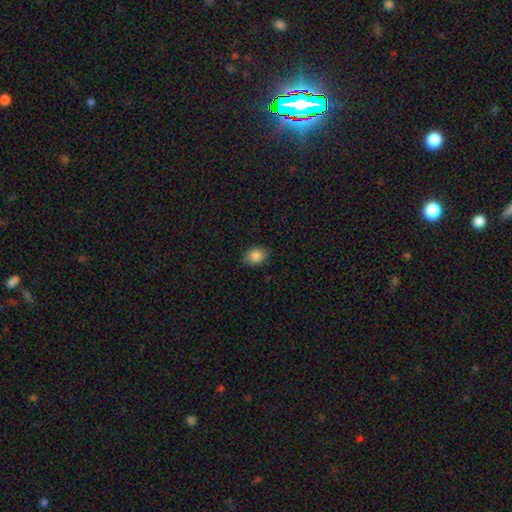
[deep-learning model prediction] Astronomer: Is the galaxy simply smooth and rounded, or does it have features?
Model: smooth — 86%.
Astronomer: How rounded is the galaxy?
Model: in between — 63%.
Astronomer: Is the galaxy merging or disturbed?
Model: none — 84%.